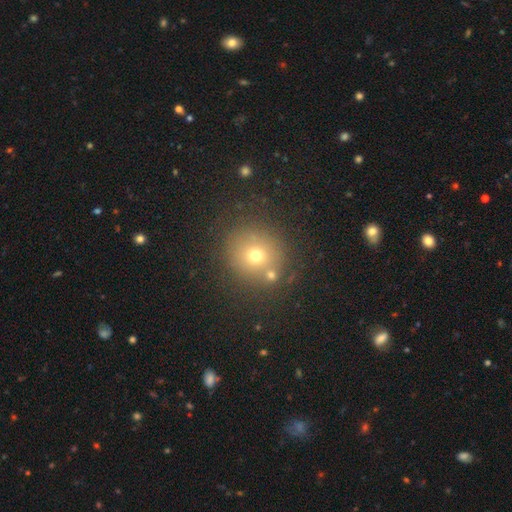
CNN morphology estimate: Smooth or featured? smooth (66%)
How rounded? round (90%)
Merging? none (75%)